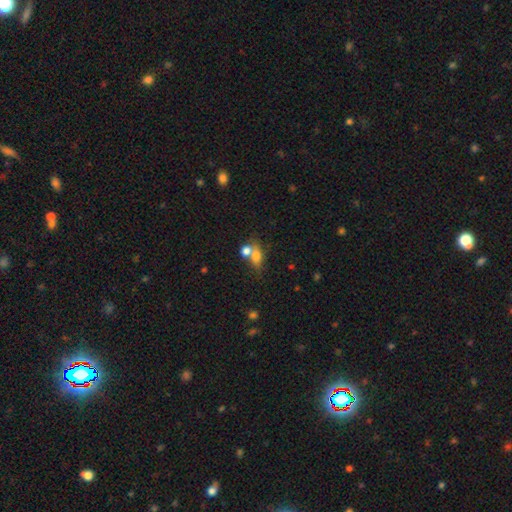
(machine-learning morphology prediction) smooth_or_featured: smooth (p=0.72) [alt: featured or disk p=0.16]
how_rounded: in between (p=0.66) [alt: round p=0.28]
merging: merger (p=0.48) [alt: none p=0.35]